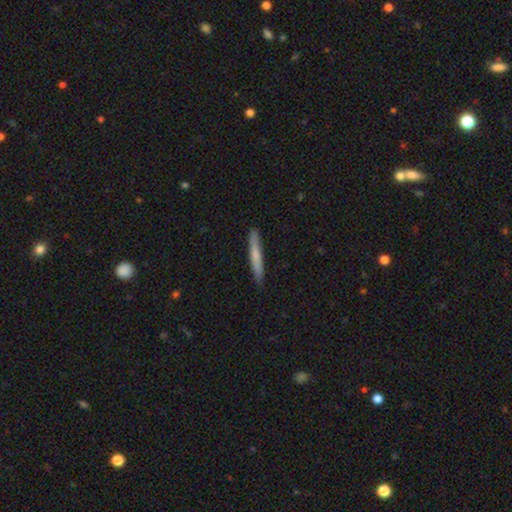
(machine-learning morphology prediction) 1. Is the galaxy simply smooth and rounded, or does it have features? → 67% smooth, 27% featured or disk, 5% star or artifact.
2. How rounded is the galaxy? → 96% cigar-shaped, 3% in between, 1% round.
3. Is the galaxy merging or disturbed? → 90% none, 8% minor disturbance, 1% major disturbance, 1% merger.